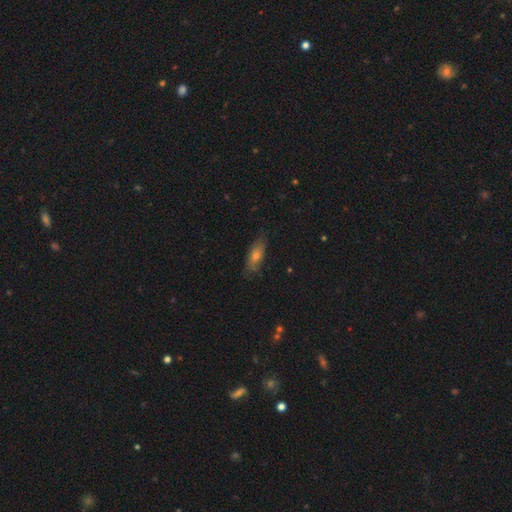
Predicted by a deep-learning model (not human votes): Q: Smooth or featured?
A: smooth (56%); runner-up: featured or disk (32%)
Q: How rounded?
A: in between (65%); runner-up: cigar-shaped (30%)
Q: Merging?
A: none (76%); runner-up: minor disturbance (19%)